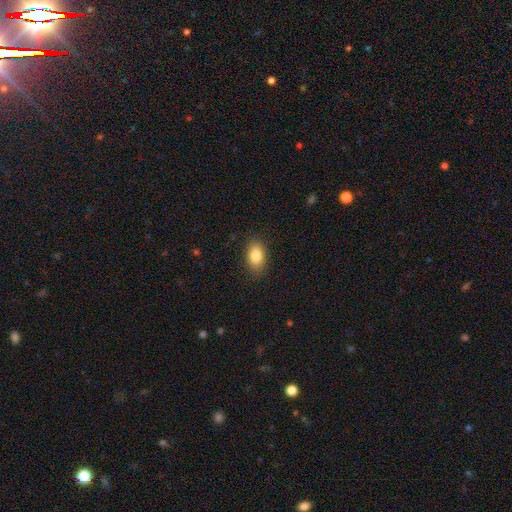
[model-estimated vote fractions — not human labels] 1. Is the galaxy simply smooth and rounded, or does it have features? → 84% smooth, 8% star or artifact, 8% featured or disk.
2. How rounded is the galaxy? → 88% in between, 10% round, 2% cigar-shaped.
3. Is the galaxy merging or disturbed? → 87% none, 10% minor disturbance, 3% major disturbance, 1% merger.